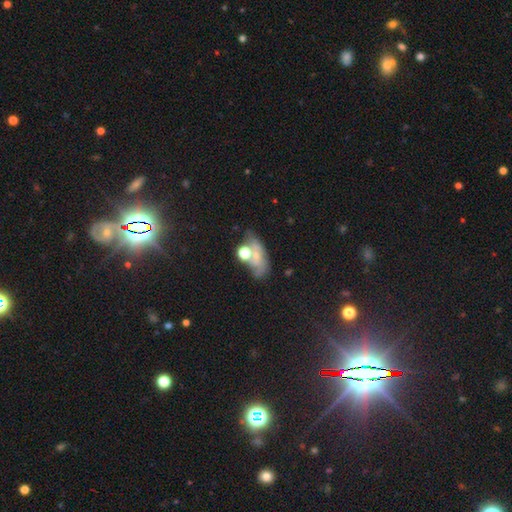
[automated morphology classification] type=smooth (43%); merging=none (37%).